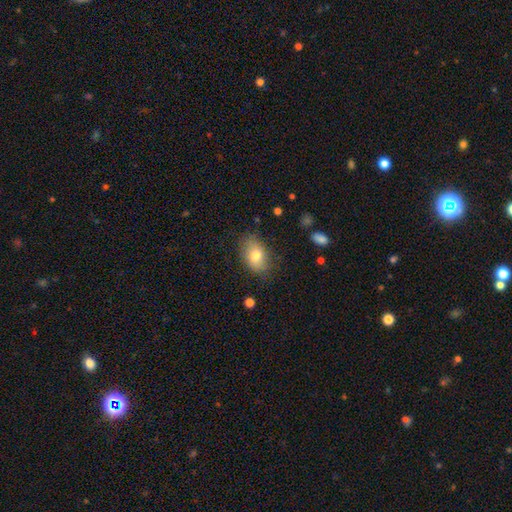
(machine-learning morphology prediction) Q: Smooth or featured?
A: smooth (77%); runner-up: featured or disk (15%)
Q: How rounded?
A: in between (85%); runner-up: round (13%)
Q: Merging?
A: none (79%); runner-up: minor disturbance (16%)